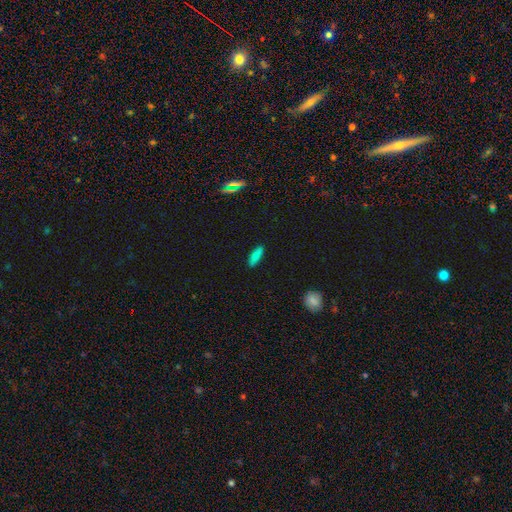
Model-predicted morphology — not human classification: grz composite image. It shows a smooth galaxy with no disk features (81%) that is in between round and cigar-shaped (50%). Merging: none (87%).